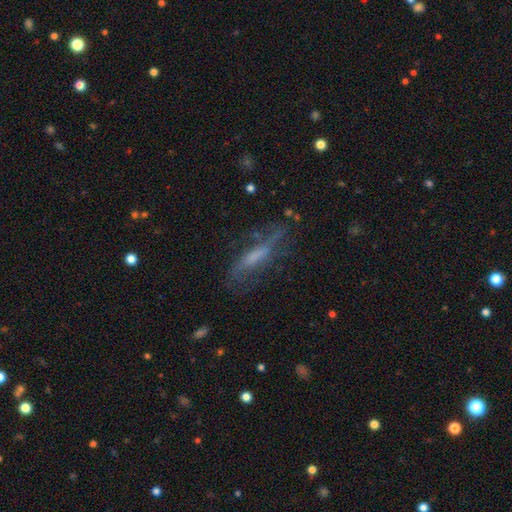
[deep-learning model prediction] A featured or disk galaxy (54%).

Vote fractions:
- Smooth or featured? featured or disk: 54% / smooth: 34% / star or artifact: 13%
- Edge-on disk? no: 56% / yes: 44%
- Merging? none: 56% / minor disturbance: 23% / major disturbance: 18% / merger: 3%